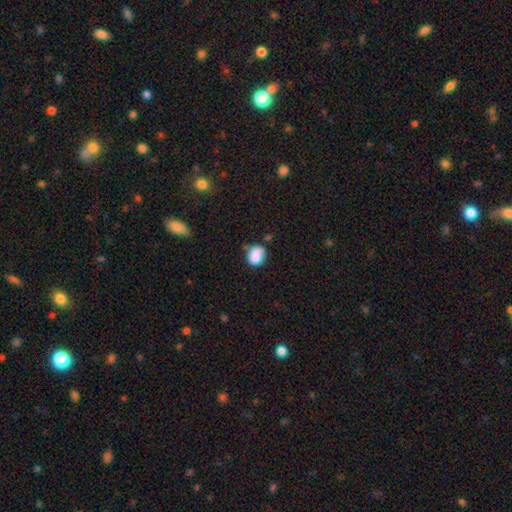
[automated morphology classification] Q: Smooth or featured?
A: smooth (79%); runner-up: featured or disk (12%)
Q: How rounded?
A: round (59%); runner-up: in between (40%)
Q: Merging?
A: none (52%); runner-up: minor disturbance (30%)